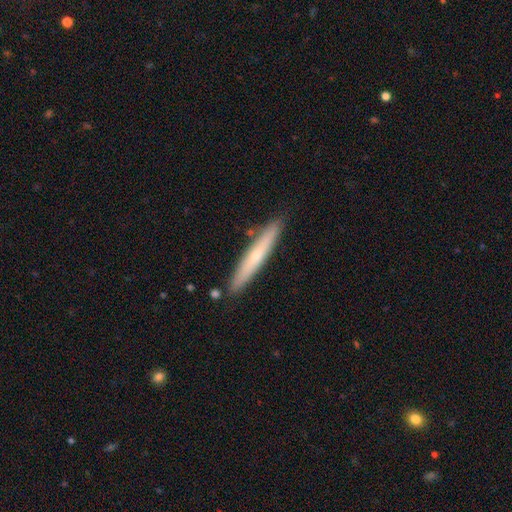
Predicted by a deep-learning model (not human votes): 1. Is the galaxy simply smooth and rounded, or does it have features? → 54% smooth, 40% featured or disk, 6% star or artifact.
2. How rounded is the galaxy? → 95% cigar-shaped, 4% in between, 1% round.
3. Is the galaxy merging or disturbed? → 87% none, 9% minor disturbance, 3% merger, 2% major disturbance.